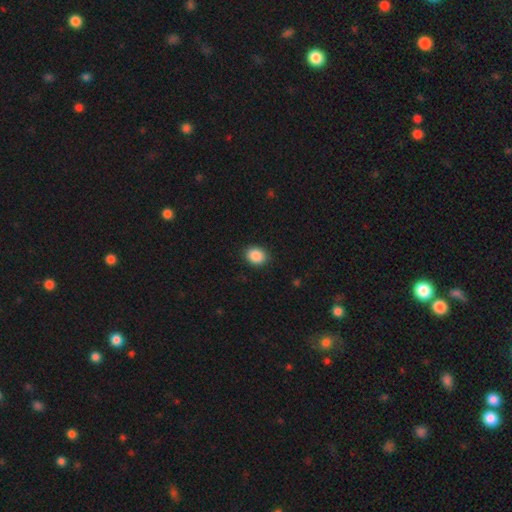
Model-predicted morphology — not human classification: smooth_or_featured: smooth (p=0.89) [alt: star or artifact p=0.08]
how_rounded: round (p=0.52) [alt: in between p=0.47]
merging: none (p=0.90) [alt: minor disturbance p=0.07]